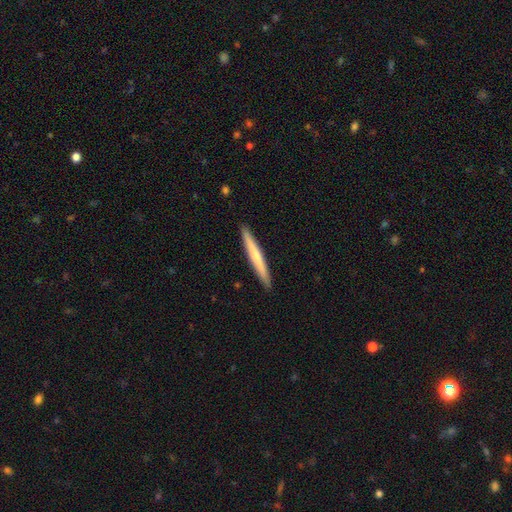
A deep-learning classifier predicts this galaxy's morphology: A smooth galaxy with no disk features (56%) that is cigar-shaped (97%).

Vote fractions:
- Smooth or featured? smooth: 56% / featured or disk: 39% / star or artifact: 5%
- How rounded? cigar-shaped: 97% / in between: 2% / round: 1%
- Merging? none: 92% / minor disturbance: 5% / major disturbance: 1% / merger: 1%